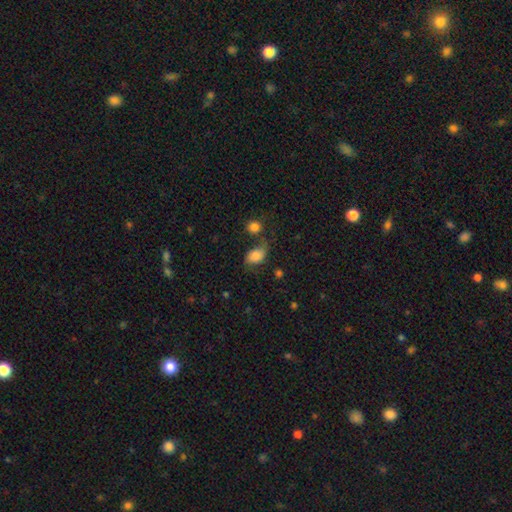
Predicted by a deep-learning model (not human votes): The model was most divided on "merging": none: 46%, minor disturbance: 25%, merger: 15%, major disturbance: 14%. More confident: how rounded — in between (80%); smooth or featured — smooth (73%).